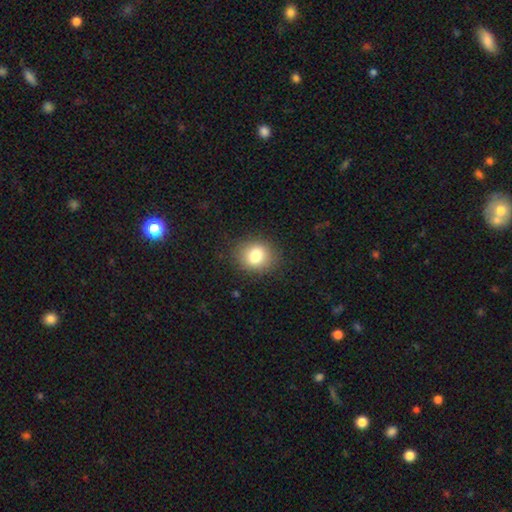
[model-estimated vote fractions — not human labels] Morphology: type=smooth (80%); roundness=round (66%); merging=none (86%).